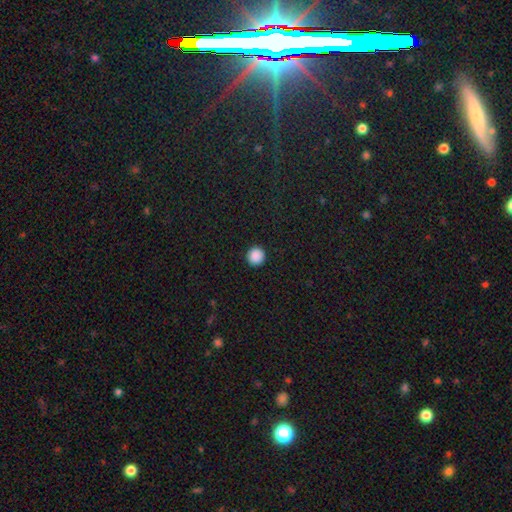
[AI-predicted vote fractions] Morphology: type=smooth (89%); roundness=round (94%); merging=none (93%).